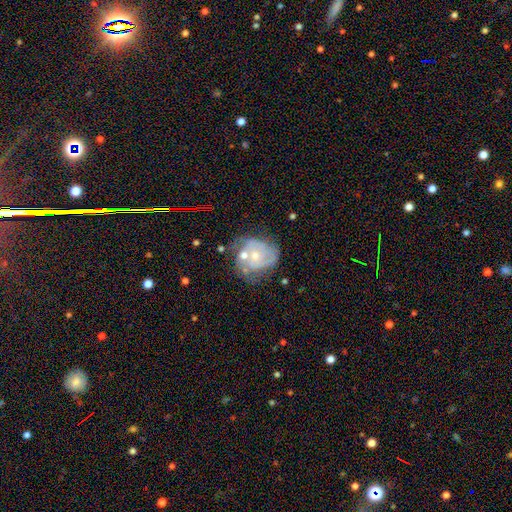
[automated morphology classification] Smooth or featured: featured or disk — 69% (smooth — 23%)
Edge-on disk: no — 98% (yes — 2%)
Bar: no — 80% (weak — 17%)
Spiral arms: yes — 68% (no — 32%)
Bulge size: small — 51% (moderate — 40%)
Merging: none — 41% (minor disturbance — 24%)